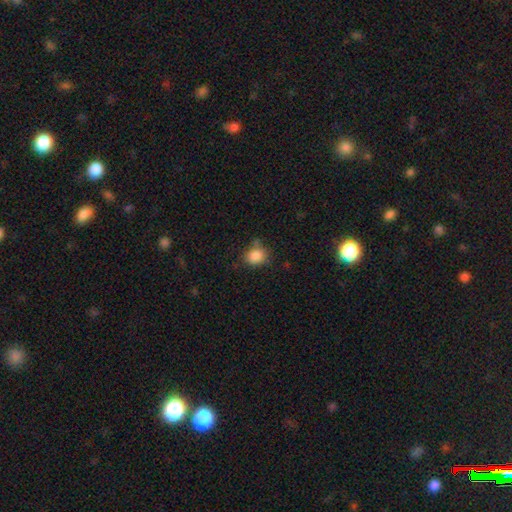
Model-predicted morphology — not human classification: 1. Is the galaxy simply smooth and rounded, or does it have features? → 85% smooth, 10% star or artifact, 5% featured or disk.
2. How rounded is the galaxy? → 64% round, 35% in between, 1% cigar-shaped.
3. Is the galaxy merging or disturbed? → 68% none, 21% minor disturbance, 6% merger, 6% major disturbance.